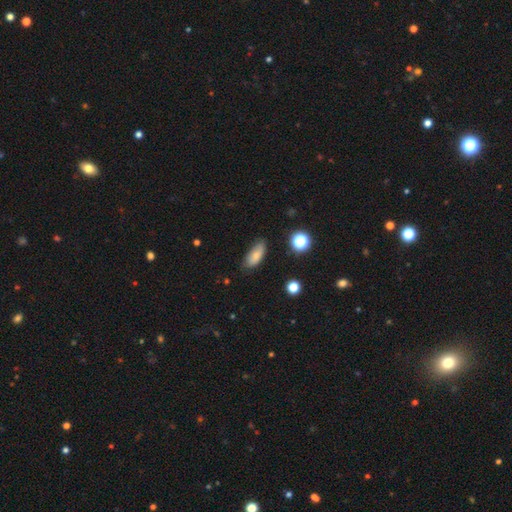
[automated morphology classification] This is likely a smooth galaxy (76%). How rounded: clearly in between (82%). Merging: likely none (72%).